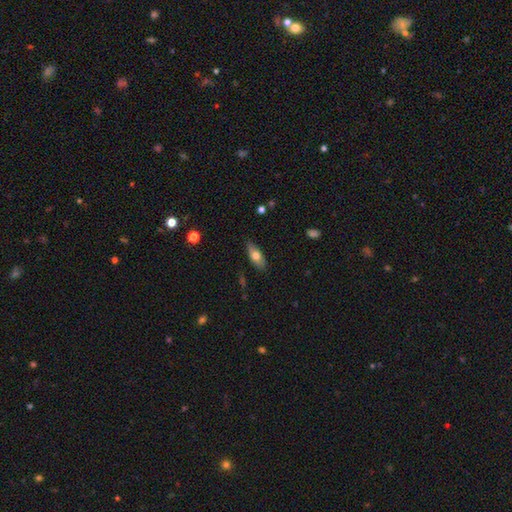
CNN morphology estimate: Smooth or featured?
  - smooth: 68% *
  - featured or disk: 25%
  - star or artifact: 7%
How rounded?
  - in between: 78% *
  - cigar-shaped: 19%
  - round: 4%
Merging?
  - none: 85% *
  - minor disturbance: 12%
  - major disturbance: 2%
  - merger: 1%